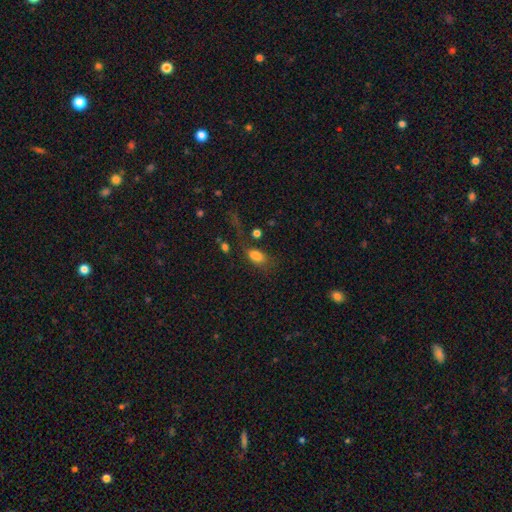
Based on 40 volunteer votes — Smooth or featured?
  - smooth: 80% *
  - featured or disk: 12%
  - star or artifact: 8%
How rounded?
  - in between: 94% *
  - round: 3%
  - cigar-shaped: 3%
Merging?
  - major disturbance: 43% *
  - none: 35%
  - minor disturbance: 16%
  - merger: 5%